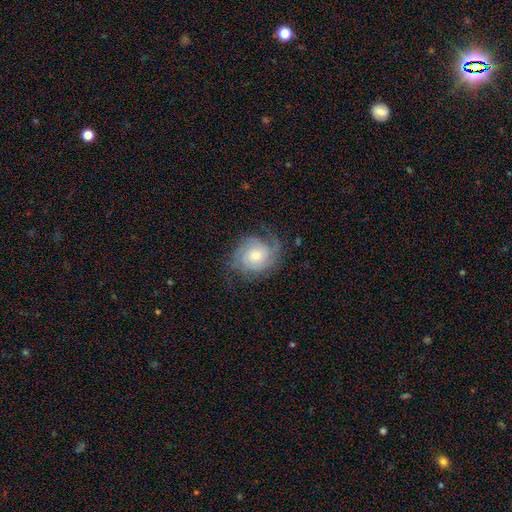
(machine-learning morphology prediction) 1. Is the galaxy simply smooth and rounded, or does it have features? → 74% featured or disk, 20% smooth, 6% star or artifact.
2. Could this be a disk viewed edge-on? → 98% no, 2% yes.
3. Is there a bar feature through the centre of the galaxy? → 73% no, 23% weak, 3% strong.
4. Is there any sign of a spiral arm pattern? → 94% yes, 6% no.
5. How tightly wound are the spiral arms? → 51% tight, 36% medium, 13% loose.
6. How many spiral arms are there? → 44% 2, 23% can't tell, 17% 3, 6% 1, 5% 4, 4% more than 4.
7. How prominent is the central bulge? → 49% moderate, 39% small, 8% large, 3% none, 2% dominant.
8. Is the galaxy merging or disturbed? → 65% none, 21% minor disturbance, 13% major disturbance, 1% merger.